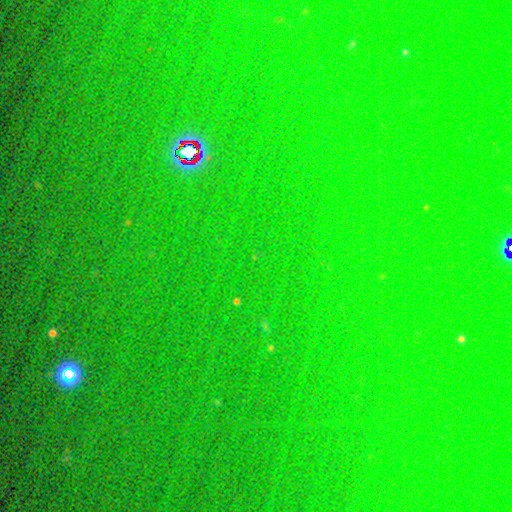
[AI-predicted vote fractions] Q: Smooth or featured?
A: star or artifact (78%); runner-up: smooth (13%)